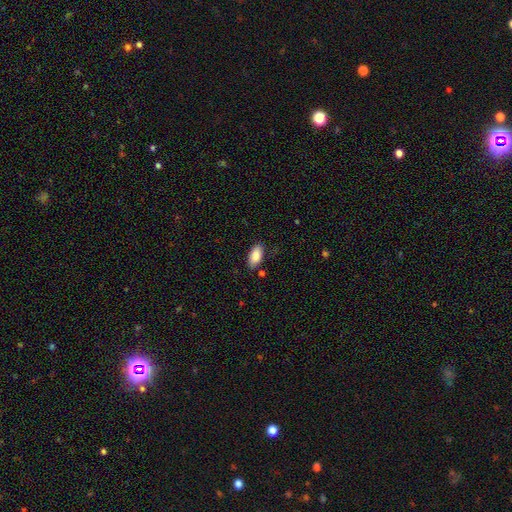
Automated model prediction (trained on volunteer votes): Smooth or featured?
  - smooth: 88% *
  - star or artifact: 7%
  - featured or disk: 5%
How rounded?
  - in between: 93% *
  - cigar-shaped: 5%
  - round: 2%
Merging?
  - none: 82% *
  - minor disturbance: 13%
  - major disturbance: 3%
  - merger: 2%